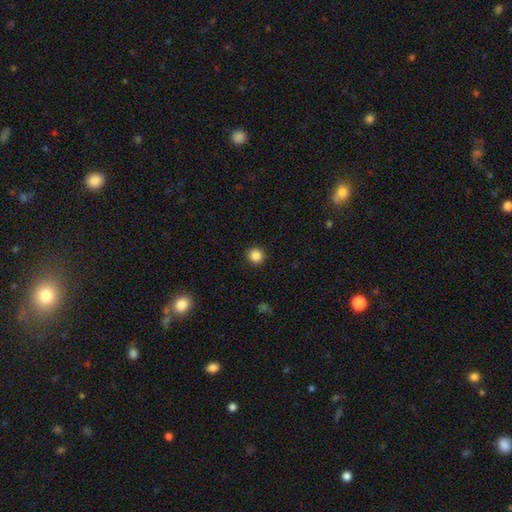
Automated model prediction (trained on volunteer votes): smooth 86%, star or artifact 10%, featured or disk 3%. Down the decision tree: how rounded — round (93%); merging — none (92%).